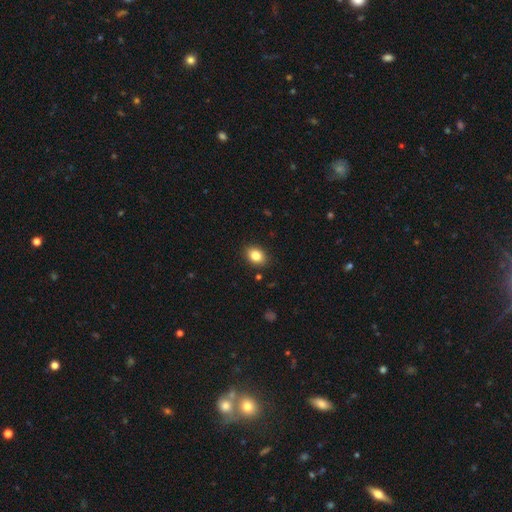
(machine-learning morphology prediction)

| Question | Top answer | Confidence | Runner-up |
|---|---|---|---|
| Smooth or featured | smooth | 84% | star or artifact (9%) |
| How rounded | in between | 67% | round (32%) |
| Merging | none | 89% | minor disturbance (8%) |